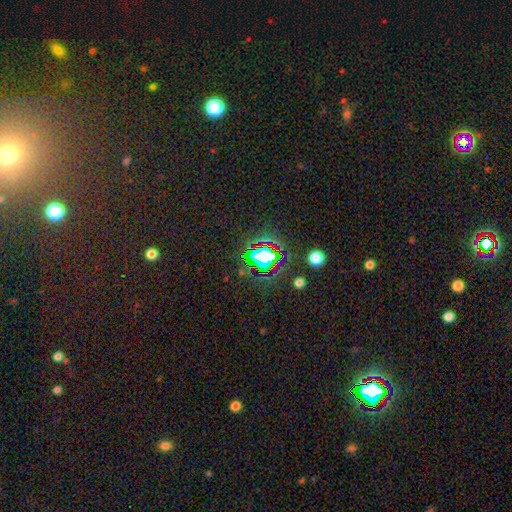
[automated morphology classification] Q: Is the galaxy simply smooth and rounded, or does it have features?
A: star or artifact — 76%.